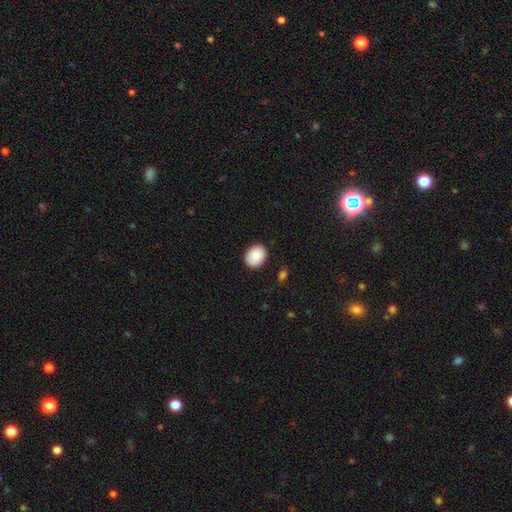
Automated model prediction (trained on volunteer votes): Smooth or featured? smooth (87%)
How rounded? in between (50%)
Merging? none (87%)